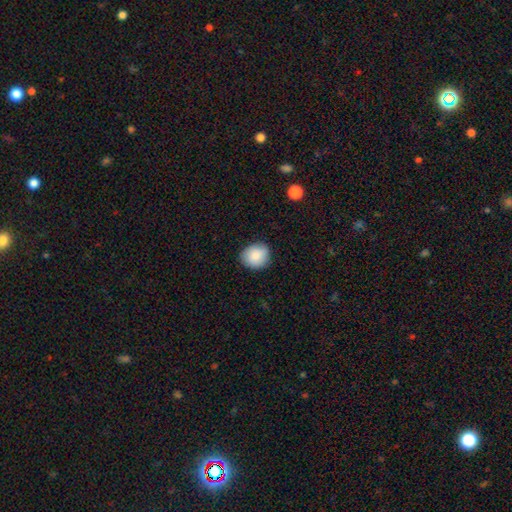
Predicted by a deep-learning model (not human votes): This is clearly a smooth galaxy (88%). How rounded: likely round (74%). Merging: clearly none (83%).